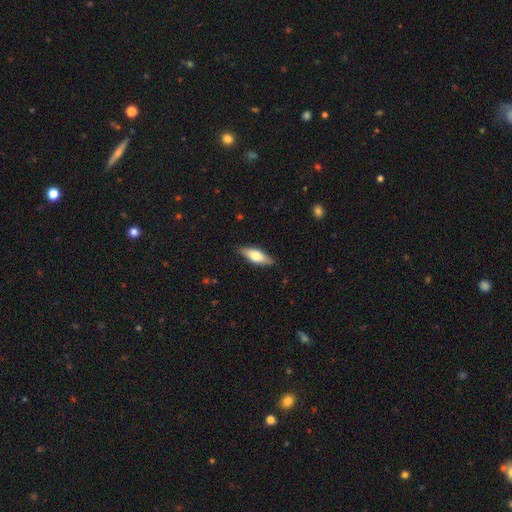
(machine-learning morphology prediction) Smooth or featured: smooth — 62% (featured or disk — 32%)
How rounded: in between — 64% (cigar-shaped — 34%)
Merging: none — 86% (minor disturbance — 11%)